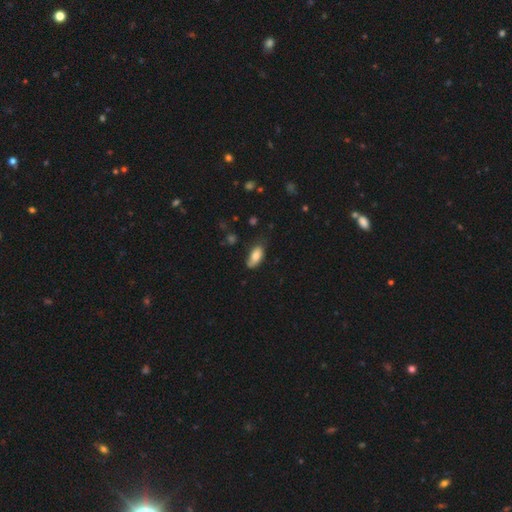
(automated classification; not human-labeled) smooth-or-featured: smooth: 78% | featured or disk: 15% | star or artifact: 7%
  how-rounded: in between: 88% | cigar-shaped: 9% | round: 3%
  merging: none: 59% | minor disturbance: 31% | major disturbance: 8% | merger: 2%